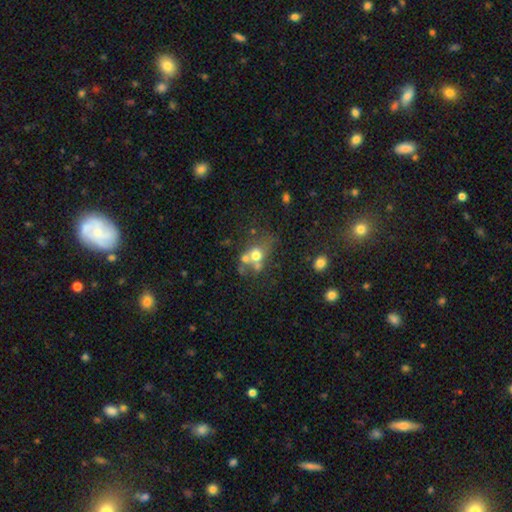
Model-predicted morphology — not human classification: Smooth or featured? smooth (59%)
How rounded? round (65%)
Merging? merger (42%)